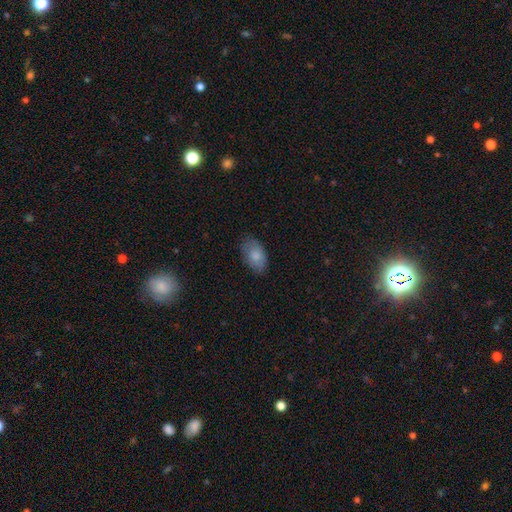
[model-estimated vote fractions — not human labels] This is clearly a smooth galaxy (81%). How rounded: clearly in between (93%). Merging: likely none (76%).